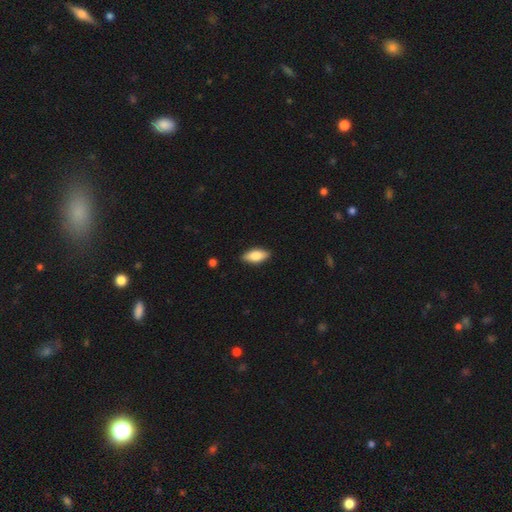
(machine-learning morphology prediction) smooth-or-featured: smooth: 82% | featured or disk: 12% | star or artifact: 6%
  how-rounded: in between: 85% | cigar-shaped: 13% | round: 2%
  merging: none: 89% | minor disturbance: 8% | major disturbance: 2% | merger: 1%